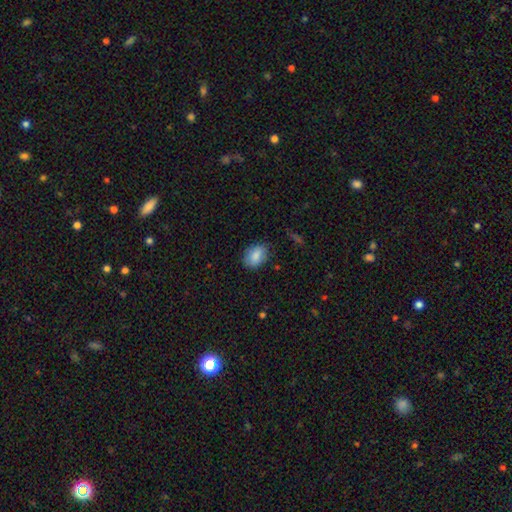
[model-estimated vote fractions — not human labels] Q: Smooth or featured?
A: smooth (86%); runner-up: star or artifact (7%)
Q: How rounded?
A: in between (75%); runner-up: round (24%)
Q: Merging?
A: none (78%); runner-up: minor disturbance (17%)